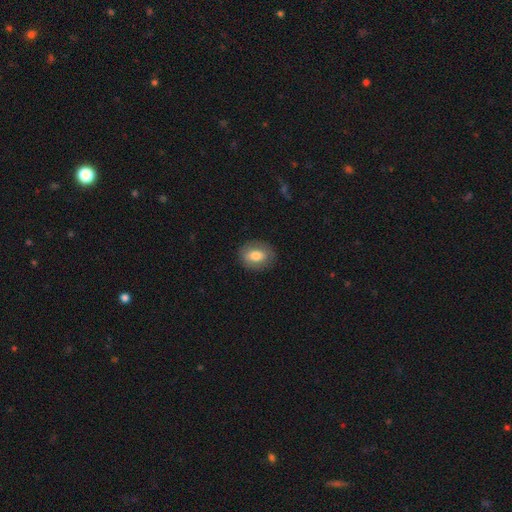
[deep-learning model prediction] Smooth or featured? smooth (74%)
How rounded? in between (63%)
Merging? none (85%)